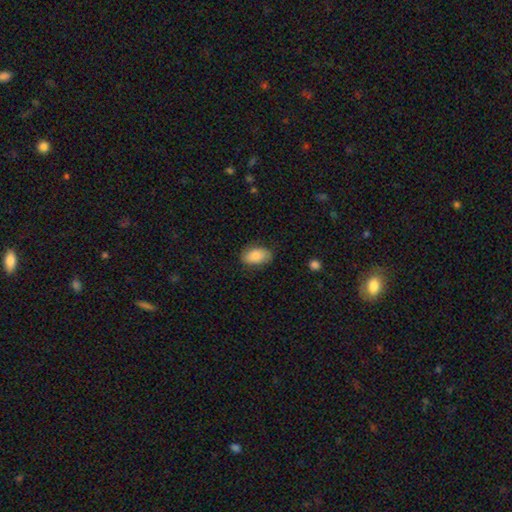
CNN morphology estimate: A smooth galaxy with no disk features (83%) that is in between round and cigar-shaped (91%).

Vote fractions:
- Smooth or featured? smooth: 83% / featured or disk: 10% / star or artifact: 6%
- How rounded? in between: 91% / round: 7% / cigar-shaped: 1%
- Merging? none: 80% / minor disturbance: 16% / major disturbance: 4% / merger: 1%